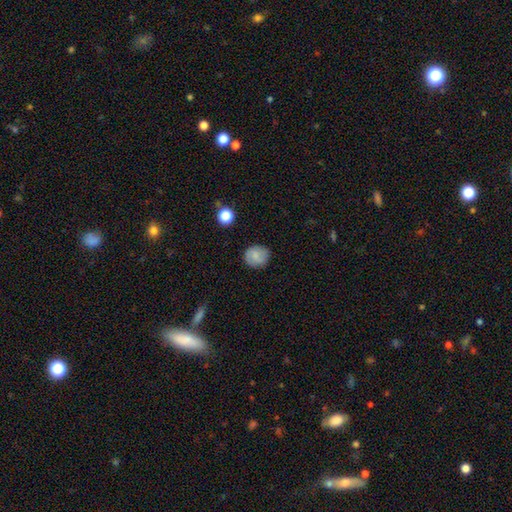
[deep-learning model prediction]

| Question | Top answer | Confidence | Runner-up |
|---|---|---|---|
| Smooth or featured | smooth | 63% | featured or disk (28%) |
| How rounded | round | 82% | in between (17%) |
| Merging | none | 84% | minor disturbance (12%) |